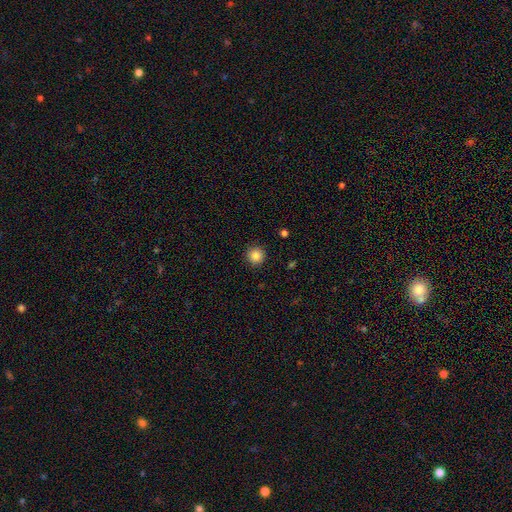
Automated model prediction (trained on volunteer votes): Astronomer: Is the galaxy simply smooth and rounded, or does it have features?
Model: smooth — 85%.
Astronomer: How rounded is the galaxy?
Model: round — 95%.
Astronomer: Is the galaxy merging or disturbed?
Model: none — 91%.